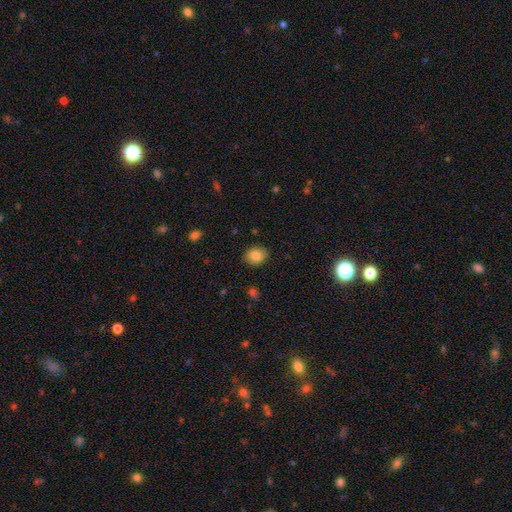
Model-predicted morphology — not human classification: smooth_or_featured: smooth (p=0.84) [alt: star or artifact p=0.09]
how_rounded: round (p=0.59) [alt: in between p=0.40]
merging: none (p=0.87) [alt: minor disturbance p=0.10]